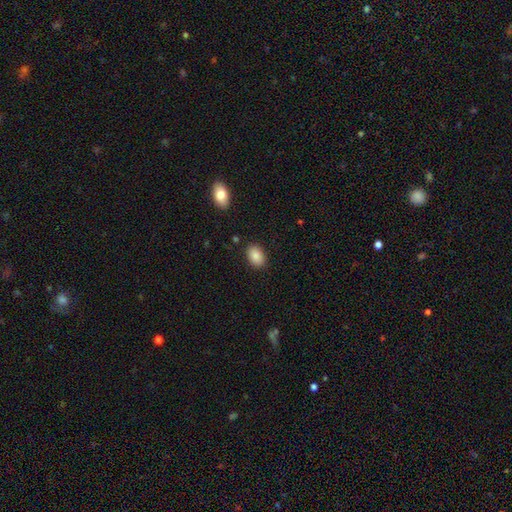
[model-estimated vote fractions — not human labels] smooth-or-featured: smooth: 87% | star or artifact: 7% | featured or disk: 5%
  how-rounded: in between: 87% | round: 12% | cigar-shaped: 1%
  merging: none: 87% | minor disturbance: 9% | major disturbance: 3% | merger: 2%